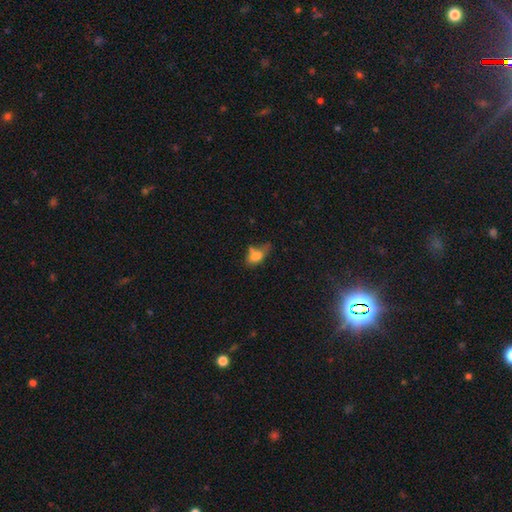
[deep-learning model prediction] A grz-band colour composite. It shows a smooth galaxy with no disk features (71%) that is in between round and cigar-shaped (80%). Merging: none (34%).